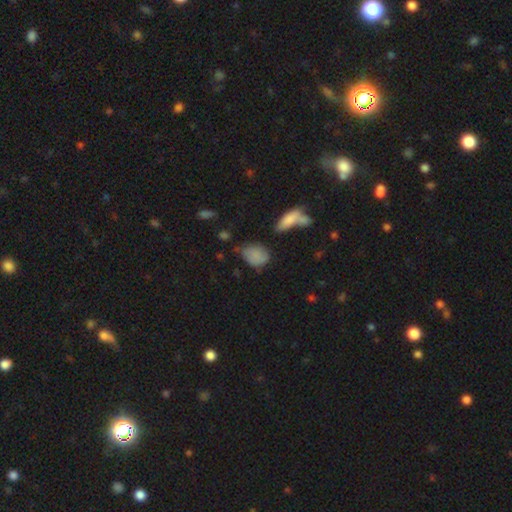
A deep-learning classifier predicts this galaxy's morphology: Smooth or featured: smooth — 75% (featured or disk — 15%)
How rounded: in between — 66% (round — 32%)
Merging: none — 50% (minor disturbance — 30%)